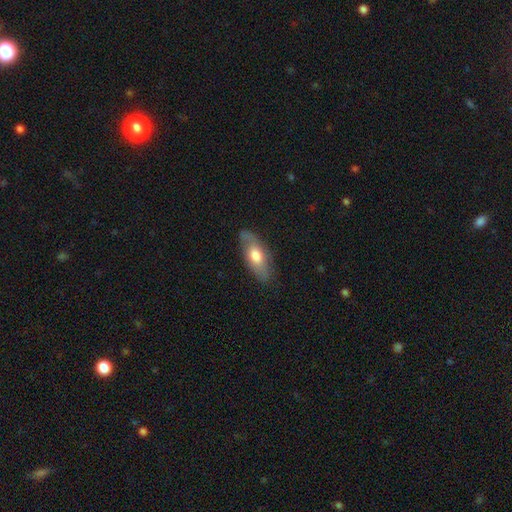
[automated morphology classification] smooth_or_featured: smooth (p=0.64) [alt: featured or disk p=0.30]
how_rounded: in between (p=0.80) [alt: cigar-shaped p=0.17]
merging: none (p=0.79) [alt: minor disturbance p=0.16]